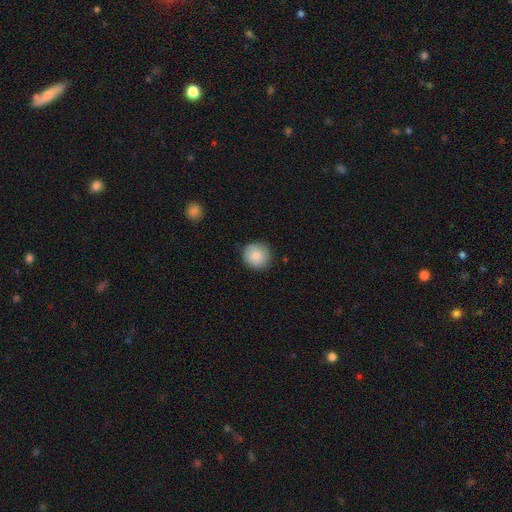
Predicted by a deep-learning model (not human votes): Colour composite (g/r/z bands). It shows a smooth galaxy with no disk features (86%) that is round (93%). Merging: none (86%).